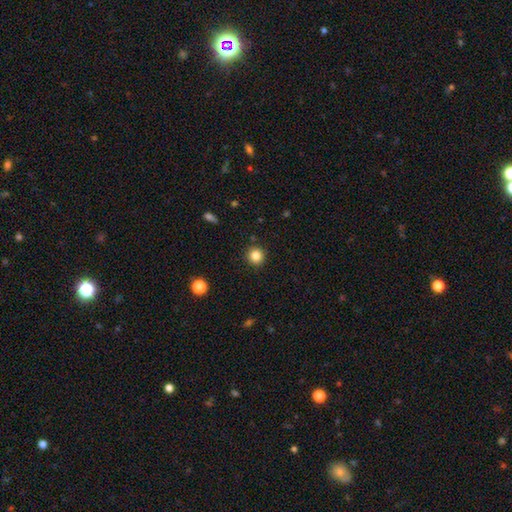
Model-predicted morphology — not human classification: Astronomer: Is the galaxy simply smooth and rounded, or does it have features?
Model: smooth — 84%.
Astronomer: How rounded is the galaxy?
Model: round — 94%.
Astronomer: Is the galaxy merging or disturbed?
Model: none — 91%.